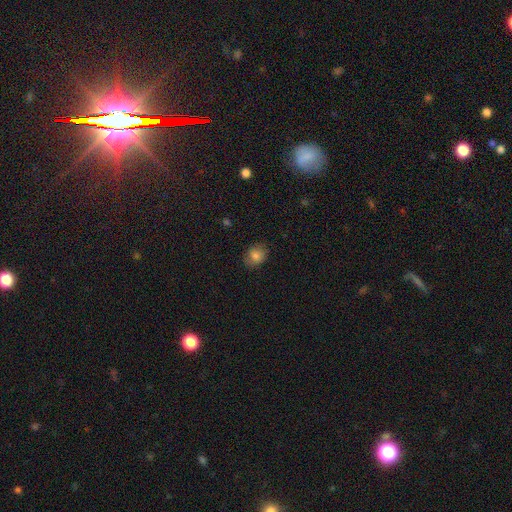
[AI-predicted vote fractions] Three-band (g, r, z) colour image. It shows a smooth galaxy with no disk features (80%) that is round (57%). Merging: none (78%).